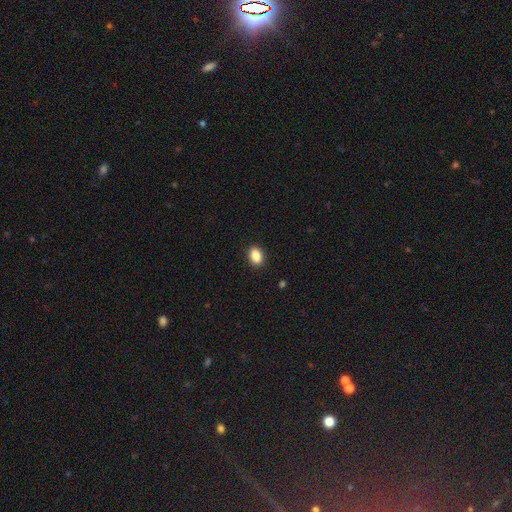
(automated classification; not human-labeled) Smooth or featured: smooth — 87% (star or artifact — 9%)
How rounded: in between — 79% (round — 19%)
Merging: none — 90% (minor disturbance — 7%)